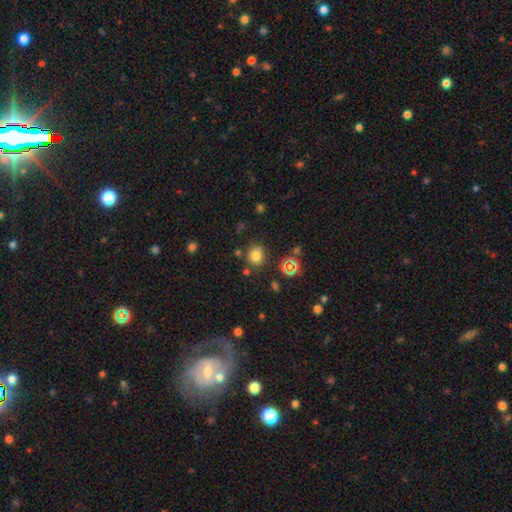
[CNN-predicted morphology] A smooth galaxy with no disk features (74%) that is round (74%).

Vote fractions:
- Smooth or featured? smooth: 74% / star or artifact: 19% / featured or disk: 7%
- How rounded? round: 74% / in between: 25% / cigar-shaped: 1%
- Merging? none: 77% / minor disturbance: 12% / merger: 6% / major disturbance: 4%